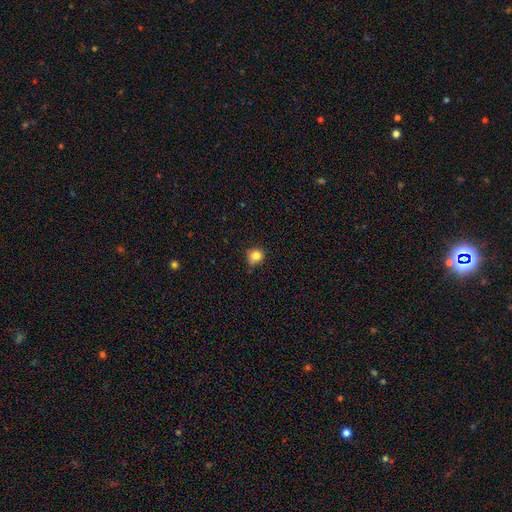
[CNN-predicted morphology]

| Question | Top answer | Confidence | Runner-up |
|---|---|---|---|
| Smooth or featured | smooth | 84% | star or artifact (11%) |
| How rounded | round | 85% | in between (14%) |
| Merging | none | 73% | minor disturbance (22%) |